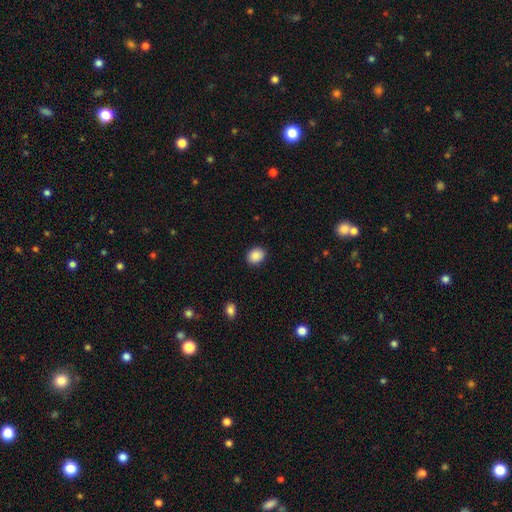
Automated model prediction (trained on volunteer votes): This is clearly a smooth galaxy (89%). How rounded: possibly round (54%). Merging: clearly none (88%).